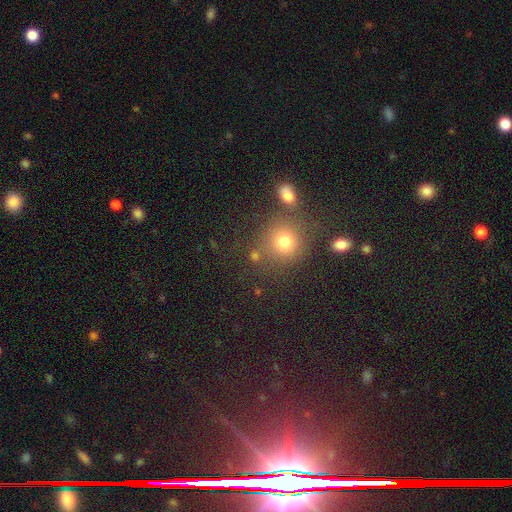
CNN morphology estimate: smooth 69%, star or artifact 22%, featured or disk 9%. Down the decision tree: how rounded — round (87%); merging — none (73%).